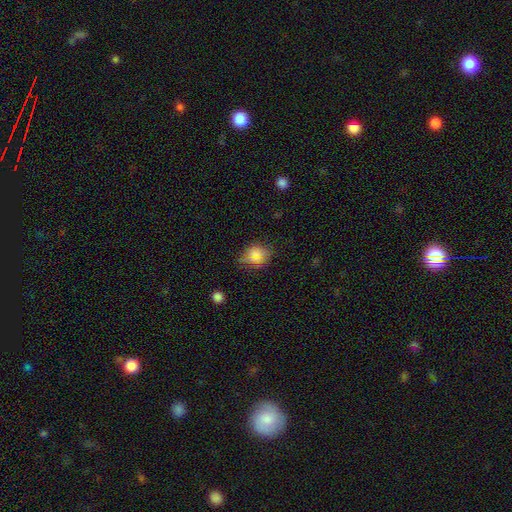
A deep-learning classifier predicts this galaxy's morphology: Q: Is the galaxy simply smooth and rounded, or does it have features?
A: smooth — 66%.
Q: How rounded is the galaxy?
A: round — 62%.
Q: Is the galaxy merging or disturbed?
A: none — 81%.